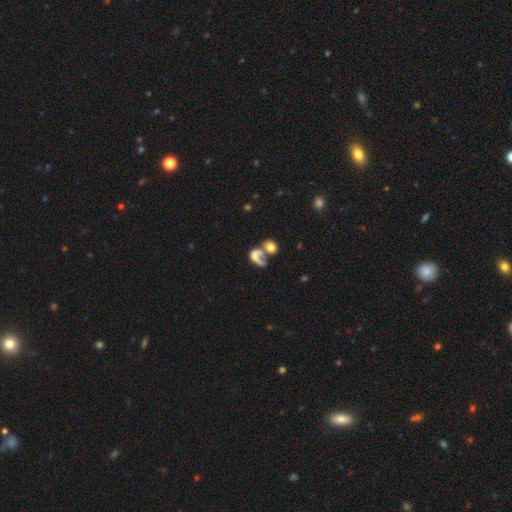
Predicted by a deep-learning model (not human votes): smooth 47%, featured or disk 40%, star or artifact 13%. Down the decision tree: merging — merger (54%).